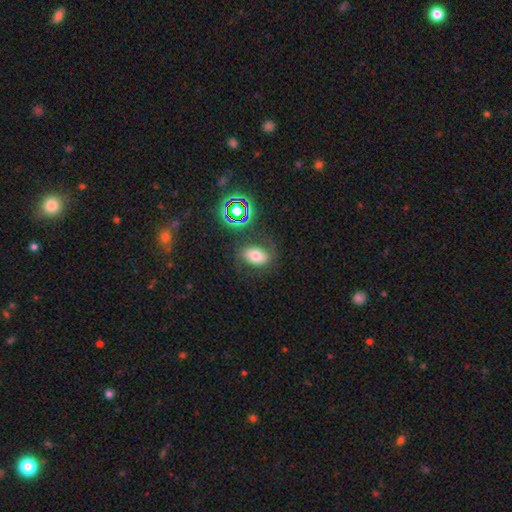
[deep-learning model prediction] Smooth or featured: smooth — 62% (featured or disk — 22%)
How rounded: in between — 79% (round — 20%)
Merging: none — 66% (minor disturbance — 18%)